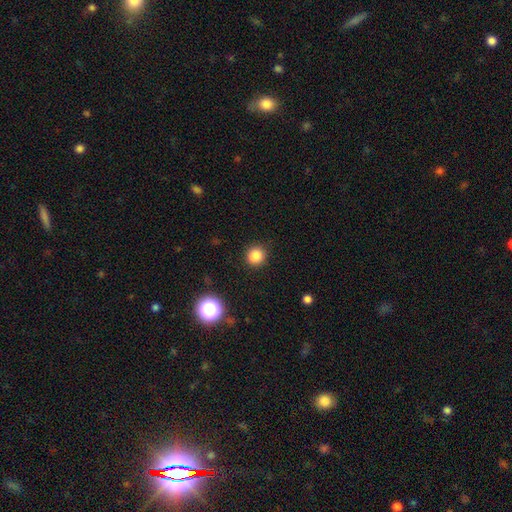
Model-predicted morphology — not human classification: Smooth or featured? Predicted: smooth (p=0.84). How rounded? Predicted: round (p=0.92). Merging? Predicted: none (p=0.90).